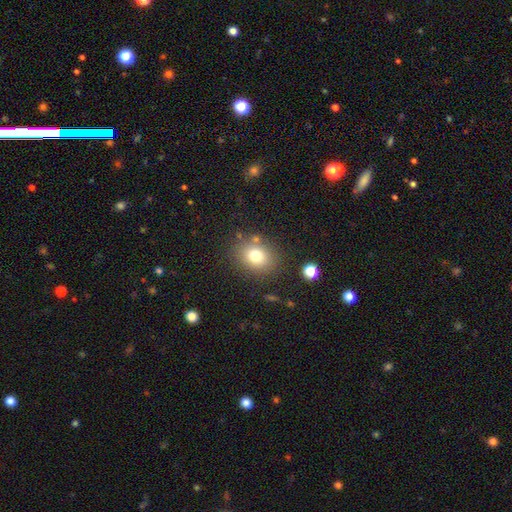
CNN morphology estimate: A smooth galaxy with no disk features (78%) that is round (54%). Merging: none (80%).